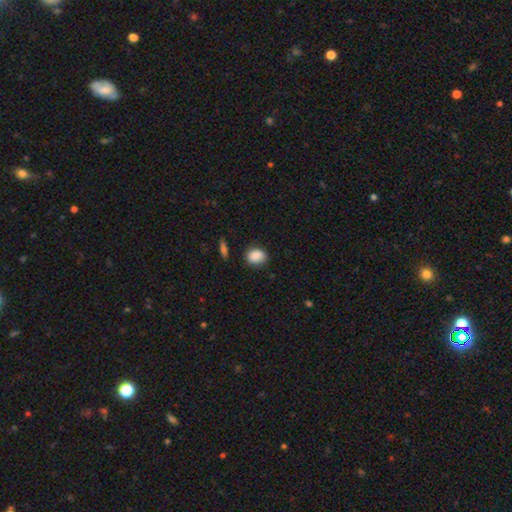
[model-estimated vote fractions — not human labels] Overall: smooth (87%). How rounded: in between (58%; round 41%). Merging: none (79%).